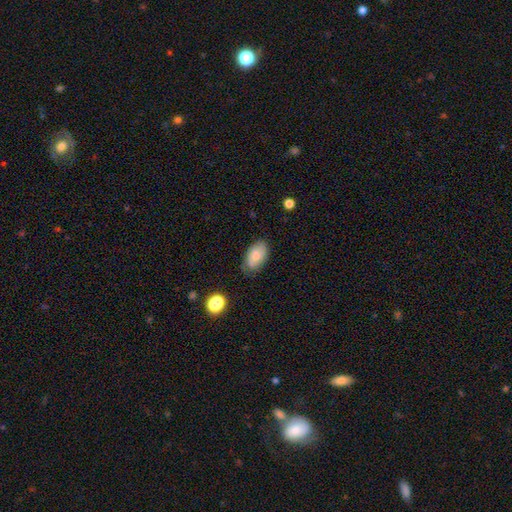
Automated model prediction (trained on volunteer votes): Overall: smooth (75%). How rounded: in between (93%). Merging: none (73%).